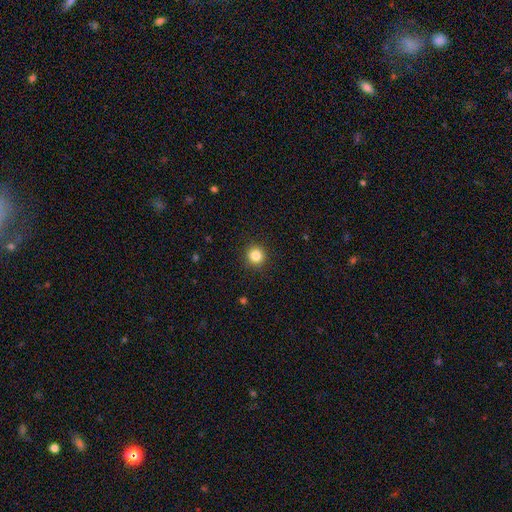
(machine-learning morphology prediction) Overall: smooth (84%). How rounded: round (94%). Merging: none (92%).